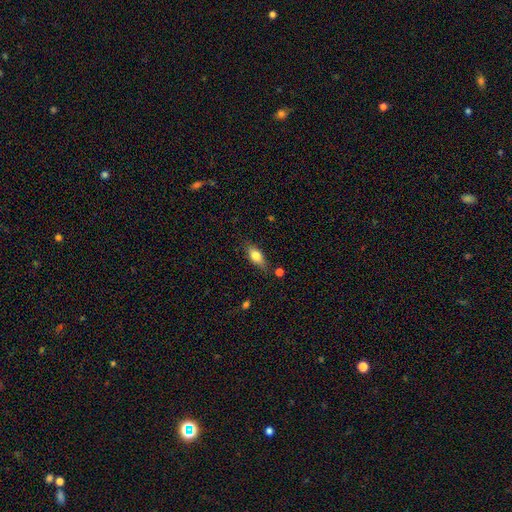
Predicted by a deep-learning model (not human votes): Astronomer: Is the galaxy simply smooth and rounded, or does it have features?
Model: smooth — 74%.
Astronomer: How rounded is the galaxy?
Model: in between — 77%.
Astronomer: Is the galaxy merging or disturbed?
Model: none — 74%.